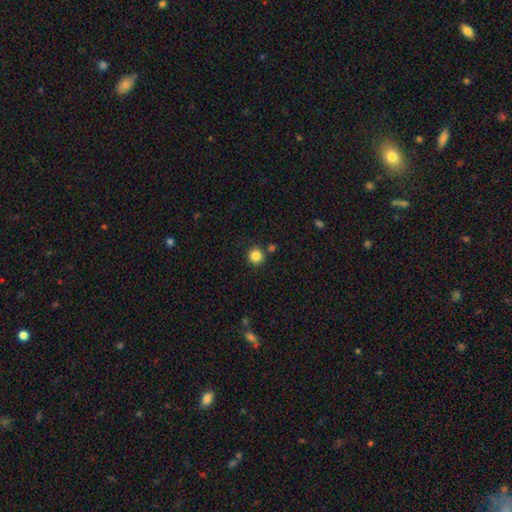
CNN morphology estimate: This is clearly a smooth galaxy (85%). How rounded: clearly round (93%). Merging: clearly none (84%).